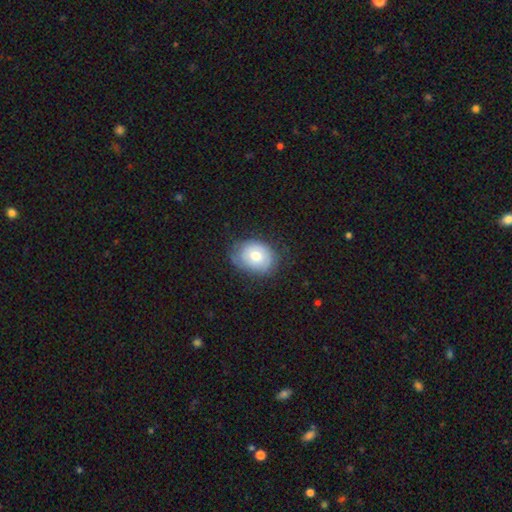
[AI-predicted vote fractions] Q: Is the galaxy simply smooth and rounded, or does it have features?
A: smooth — 61%.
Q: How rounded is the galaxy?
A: in between — 52%.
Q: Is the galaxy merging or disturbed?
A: none — 69%.